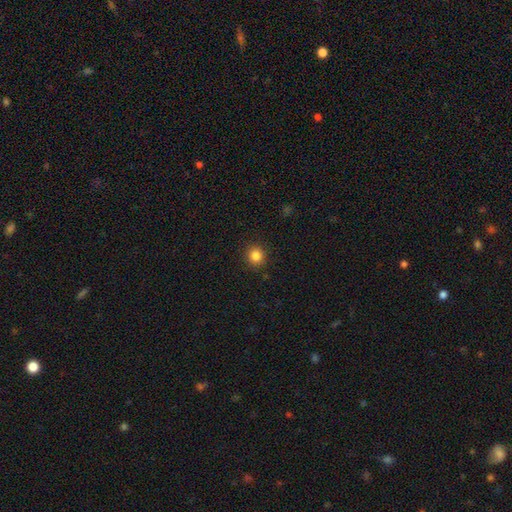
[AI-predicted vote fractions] The model was most divided on "smooth or featured": smooth: 84%, star or artifact: 11%, featured or disk: 4%. More confident: merging — none (91%); how rounded — round (90%).